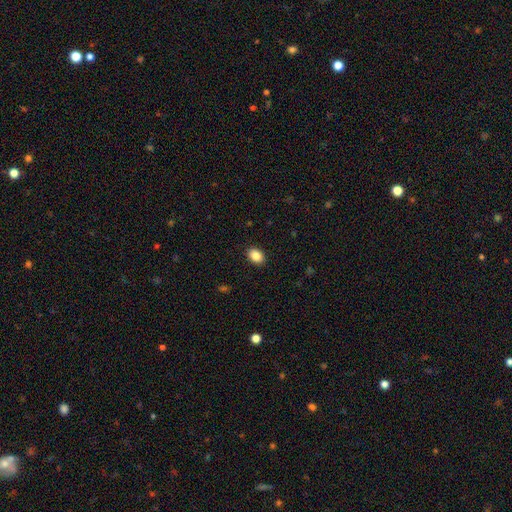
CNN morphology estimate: The model was most divided on "how rounded": in between: 75%, round: 24%, cigar-shaped: 1%. More confident: merging — none (90%); smooth or featured — smooth (88%).